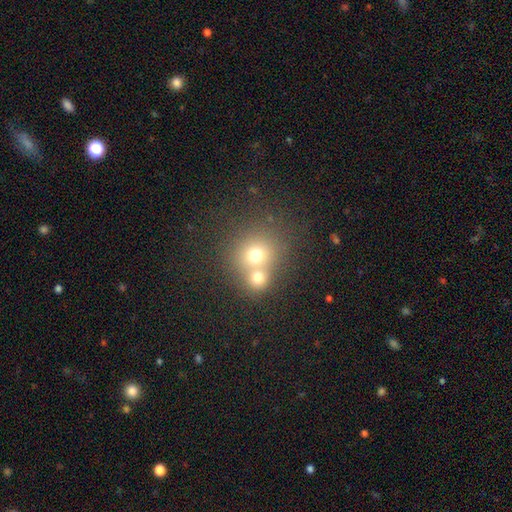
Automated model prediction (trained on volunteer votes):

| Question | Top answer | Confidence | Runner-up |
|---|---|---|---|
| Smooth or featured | smooth | 69% | featured or disk (15%) |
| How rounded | round | 82% | in between (17%) |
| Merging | merger | 55% | none (36%) |